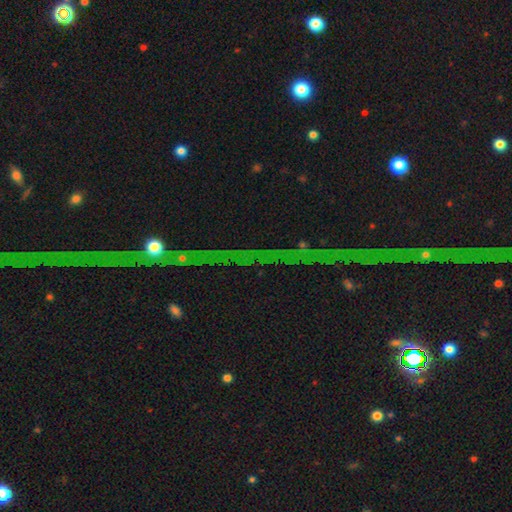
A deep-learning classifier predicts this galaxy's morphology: smooth_or_featured: star or artifact (p=0.81) [alt: featured or disk p=0.12]